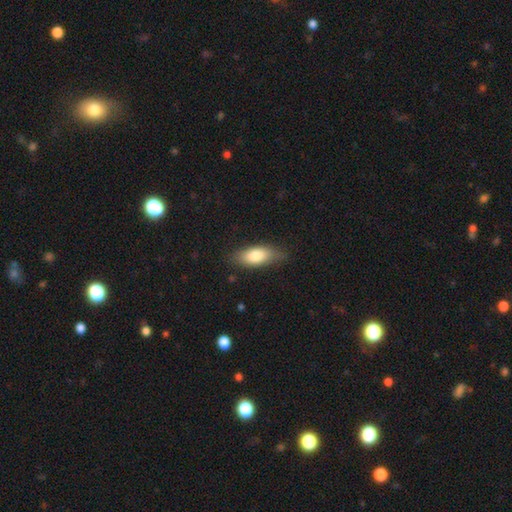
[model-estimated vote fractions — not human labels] The model was most divided on "merging": none: 75%, minor disturbance: 20%, major disturbance: 4%, merger: 1%. More confident: how rounded — in between (80%); smooth or featured — smooth (77%).